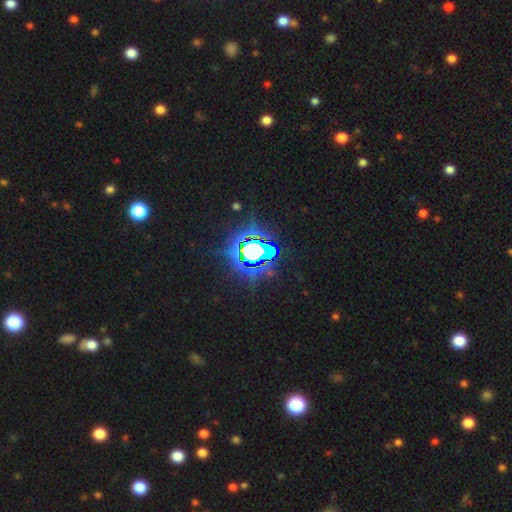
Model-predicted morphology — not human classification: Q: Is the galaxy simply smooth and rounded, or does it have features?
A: star or artifact — 79%.